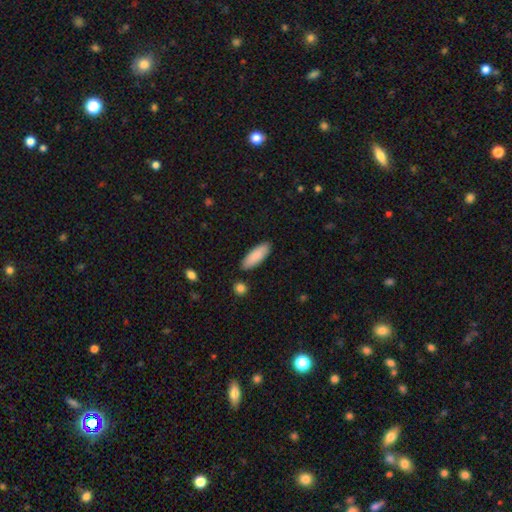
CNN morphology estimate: Smooth or featured?
  - smooth: 87% *
  - featured or disk: 7%
  - star or artifact: 5%
How rounded?
  - in between: 65% *
  - cigar-shaped: 33%
  - round: 2%
Merging?
  - none: 88% *
  - minor disturbance: 9%
  - merger: 2%
  - major disturbance: 2%